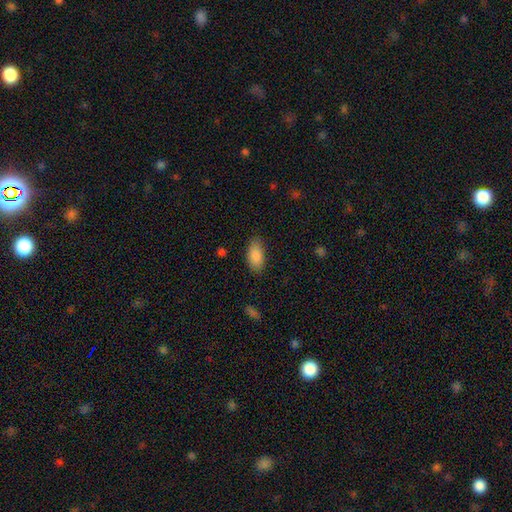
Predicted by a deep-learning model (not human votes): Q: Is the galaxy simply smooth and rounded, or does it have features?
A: smooth — 88%.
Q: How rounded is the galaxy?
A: in between — 93%.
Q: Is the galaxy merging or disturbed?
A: none — 81%.